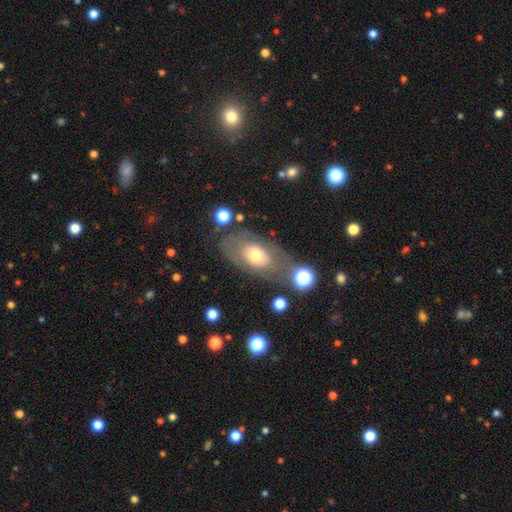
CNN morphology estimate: Overall: featured or disk (51%; smooth 41%). Edge-on disk: no (90%). Merging: none (64%).